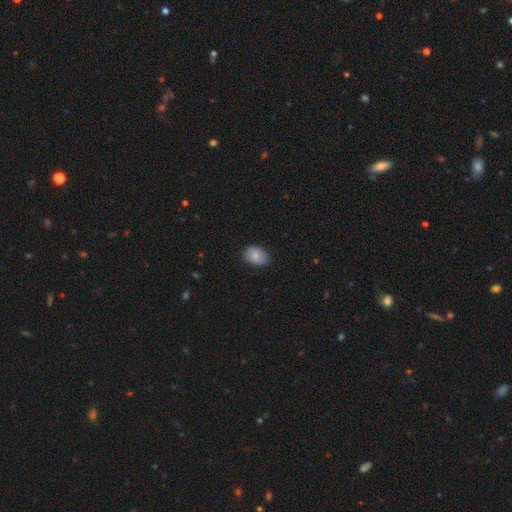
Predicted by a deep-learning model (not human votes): smooth 81%, featured or disk 12%, star or artifact 7%. Down the decision tree: how rounded — in between (65%); merging — none (82%).